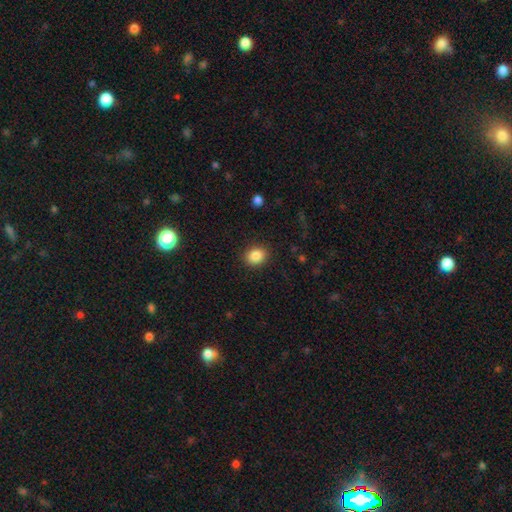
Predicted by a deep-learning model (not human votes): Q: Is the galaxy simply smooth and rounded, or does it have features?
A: smooth — 86%.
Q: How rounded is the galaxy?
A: round — 60%.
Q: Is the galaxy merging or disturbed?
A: none — 89%.